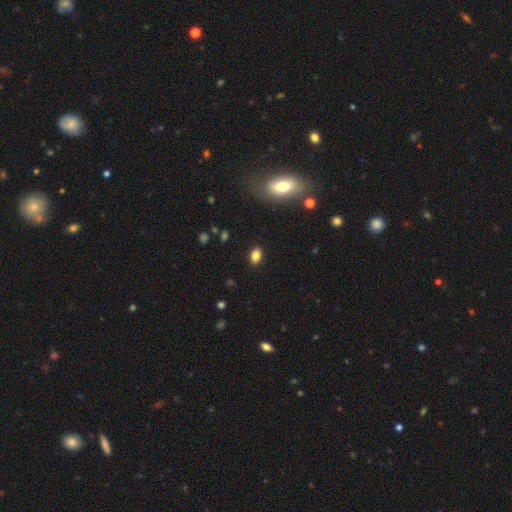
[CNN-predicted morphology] A smooth galaxy with no disk features (83%) that is in between round and cigar-shaped (81%). Merging: none (88%).